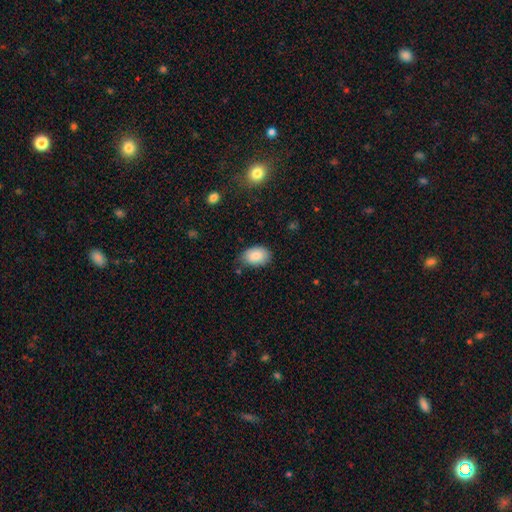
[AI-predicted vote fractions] Smooth or featured: smooth — 87% (star or artifact — 7%)
How rounded: in between — 86% (round — 12%)
Merging: none — 76% (minor disturbance — 19%)